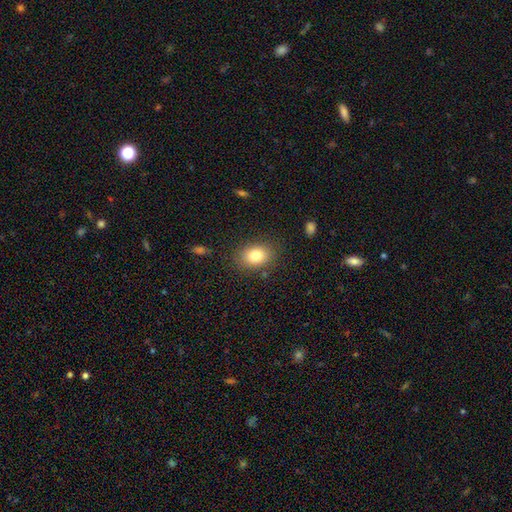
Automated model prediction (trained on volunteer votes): A smooth galaxy with no disk features (82%) that is in between round and cigar-shaped (67%). Merging: none (83%).